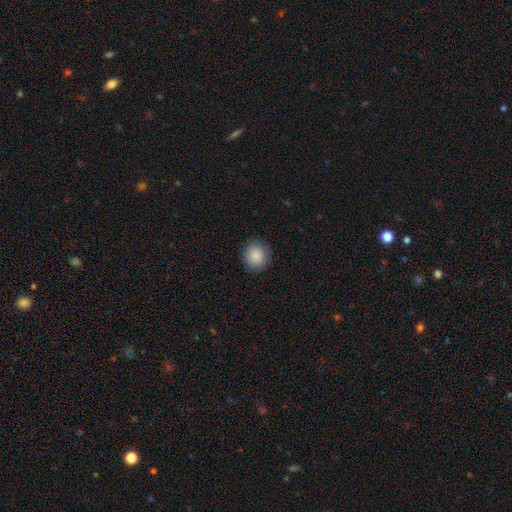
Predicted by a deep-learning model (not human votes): Morphology: type=smooth (88%); roundness=round (84%); merging=none (89%).